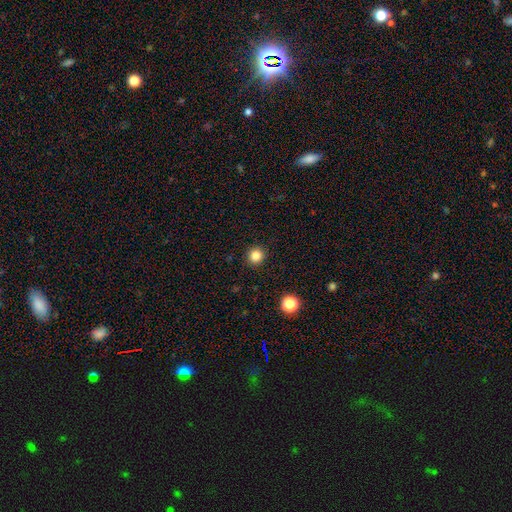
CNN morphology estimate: Smooth or featured? smooth (84%)
How rounded? round (94%)
Merging? none (92%)